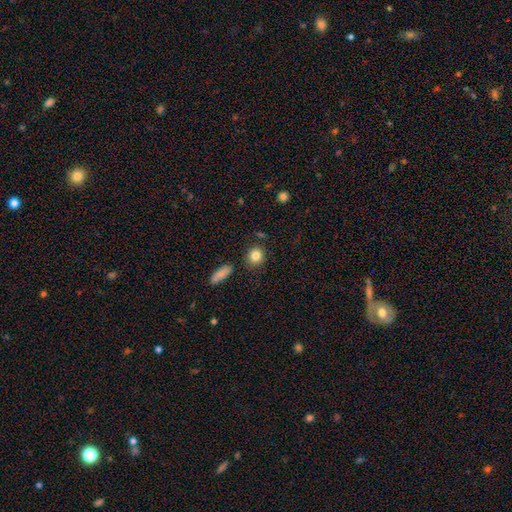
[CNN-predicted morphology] A smooth galaxy with no disk features (84%) that is round (82%). Merging: none (85%).